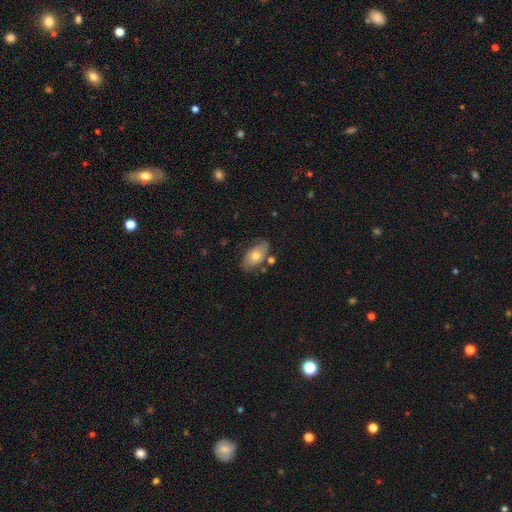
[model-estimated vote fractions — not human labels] Morphology: type=smooth (61%); roundness=in between (91%); merging=none (70%).